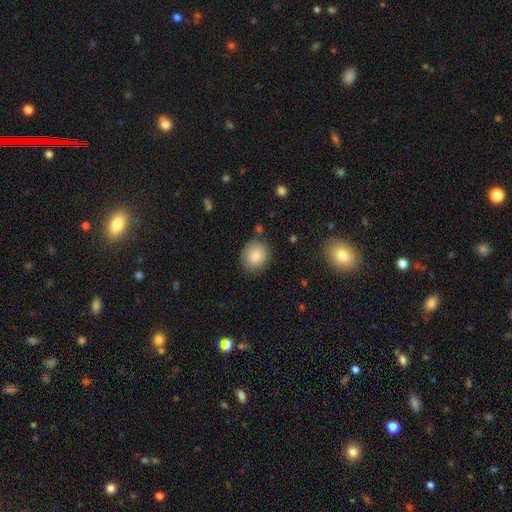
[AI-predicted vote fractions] A smooth galaxy with no disk features (85%) that is round (78%).

Vote fractions:
- Smooth or featured? smooth: 85% / star or artifact: 8% / featured or disk: 7%
- How rounded? round: 78% / in between: 21% / cigar-shaped: 1%
- Merging? none: 81% / minor disturbance: 13% / major disturbance: 3% / merger: 3%